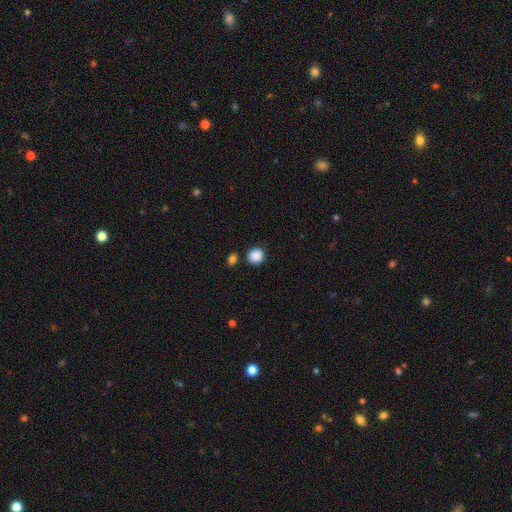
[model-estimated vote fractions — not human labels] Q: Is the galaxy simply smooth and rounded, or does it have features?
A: smooth — 88%.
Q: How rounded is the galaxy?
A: round — 88%.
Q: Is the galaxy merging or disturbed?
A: none — 81%.